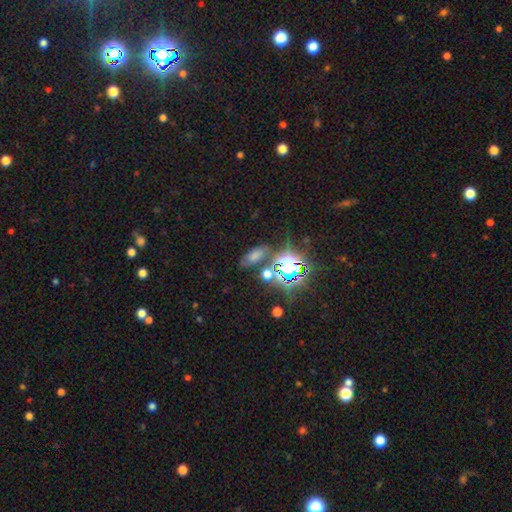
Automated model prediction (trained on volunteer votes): The model was most divided on "smooth or featured": smooth: 51%, star or artifact: 37%, featured or disk: 12%. More confident: how rounded — in between (81%); merging — none (67%).